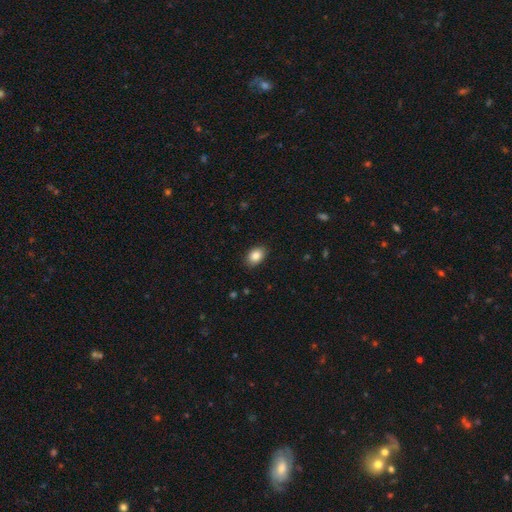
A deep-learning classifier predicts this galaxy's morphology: A smooth galaxy with no disk features (86%) that is in between round and cigar-shaped (76%). Merging: none (87%).